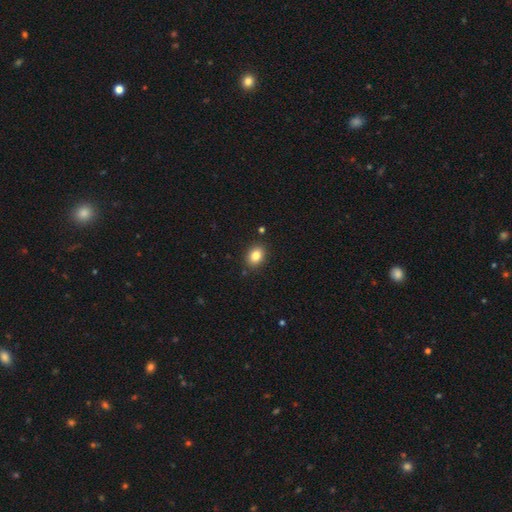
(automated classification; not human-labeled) Morphology: type=smooth (84%); roundness=in between (61%); merging=none (88%).